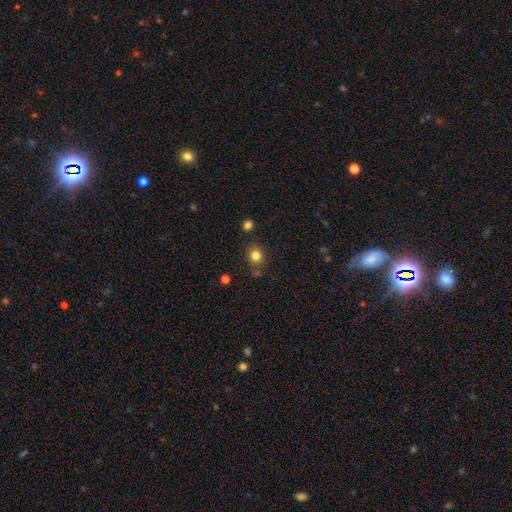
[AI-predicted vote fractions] Overall: smooth (82%). How rounded: round (77%). Merging: none (80%).